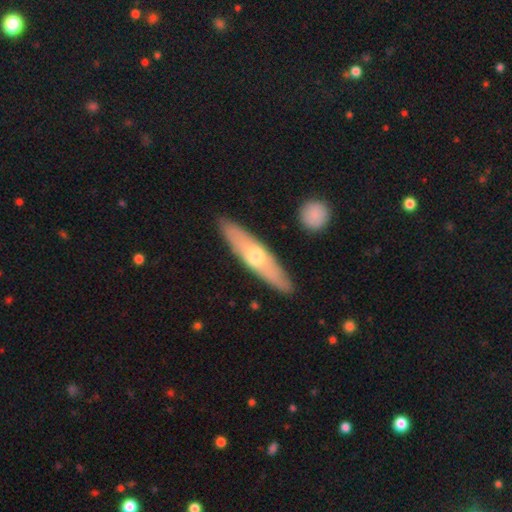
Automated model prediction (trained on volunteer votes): Morphology: type=featured or disk (52%); edge-on=yes (75%); merging=none (87%).